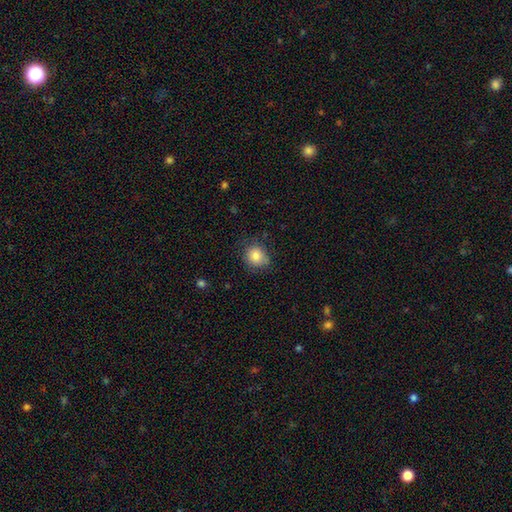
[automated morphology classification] Smooth or featured? smooth (83%)
How rounded? round (77%)
Merging? none (73%)